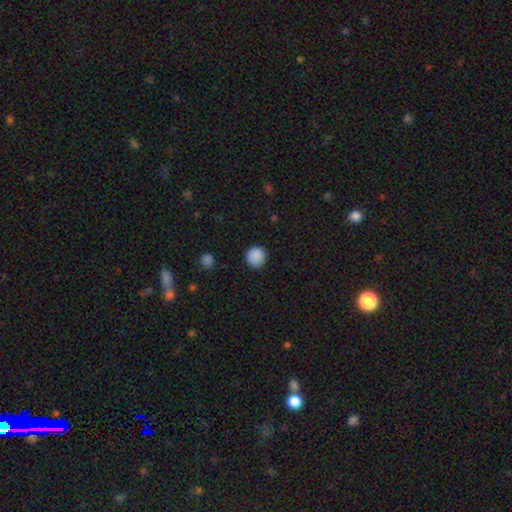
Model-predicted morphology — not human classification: smooth-or-featured: smooth: 89% | star or artifact: 9% | featured or disk: 2%
  how-rounded: round: 95% | in between: 4% | cigar-shaped: 1%
  merging: none: 91% | minor disturbance: 6% | major disturbance: 2% | merger: 1%